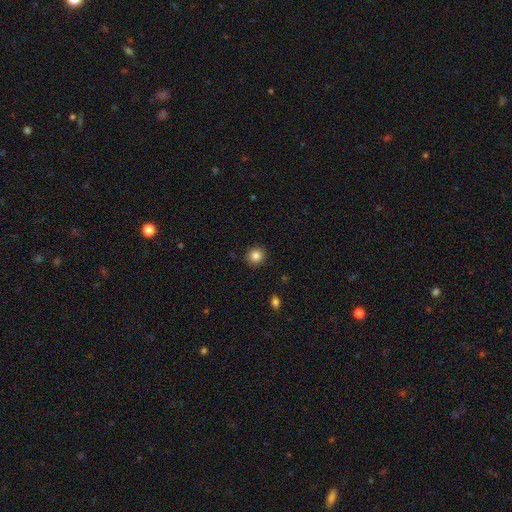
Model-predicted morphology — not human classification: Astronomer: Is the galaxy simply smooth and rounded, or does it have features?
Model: smooth — 84%.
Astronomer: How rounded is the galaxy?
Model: round — 91%.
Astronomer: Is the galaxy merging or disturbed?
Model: none — 91%.